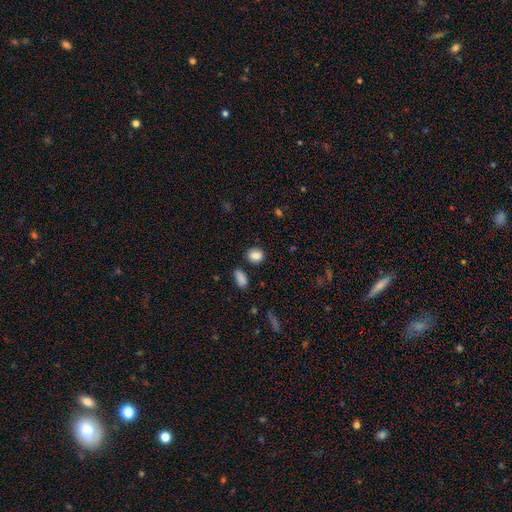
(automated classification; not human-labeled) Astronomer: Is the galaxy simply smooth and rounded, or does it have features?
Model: smooth — 87%.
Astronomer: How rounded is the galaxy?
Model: in between — 56% (runner-up: round, 43%).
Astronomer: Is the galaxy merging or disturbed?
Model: none — 82%.